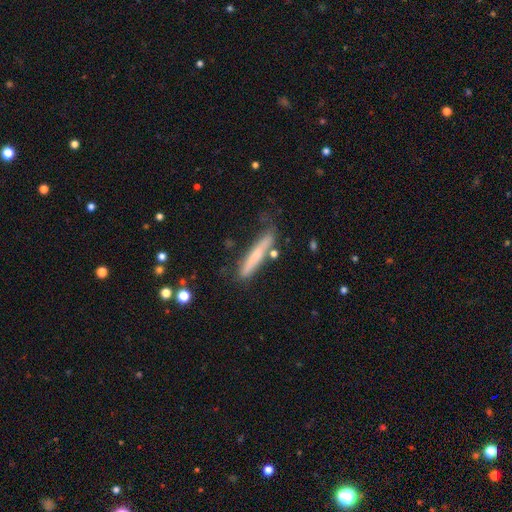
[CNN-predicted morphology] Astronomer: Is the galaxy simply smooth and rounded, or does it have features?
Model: smooth — 61%.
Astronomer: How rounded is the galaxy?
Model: cigar-shaped — 93%.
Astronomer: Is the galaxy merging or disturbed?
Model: none — 66%.